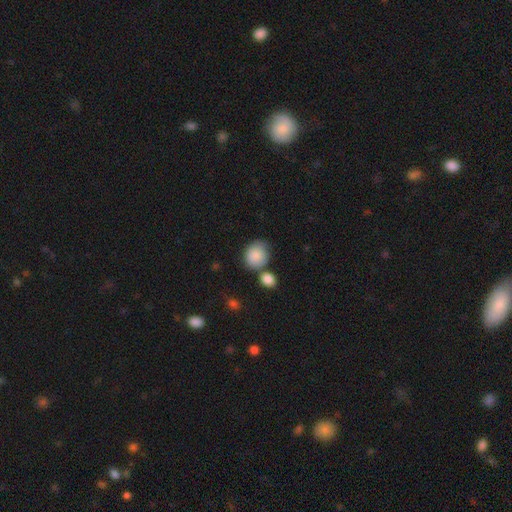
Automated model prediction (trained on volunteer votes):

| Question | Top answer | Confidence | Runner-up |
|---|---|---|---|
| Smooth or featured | smooth | 86% | star or artifact (7%) |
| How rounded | round | 59% | in between (40%) |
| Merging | none | 56% | merger (19%) |